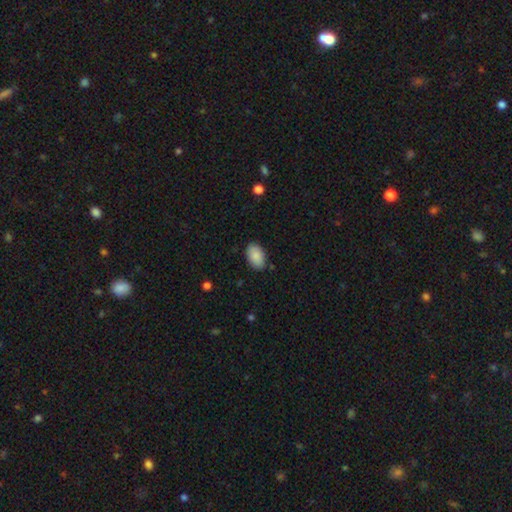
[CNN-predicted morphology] This appears to be a smooth galaxy with no disk features (89%) that is in between round and cigar-shaped (93%). Merging: none (86%).